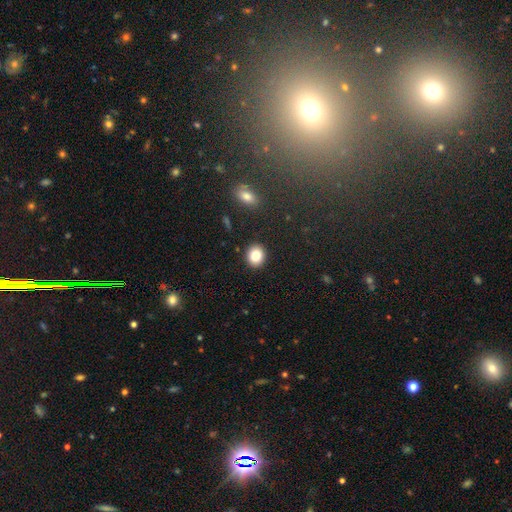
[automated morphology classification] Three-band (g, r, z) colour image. It shows a smooth galaxy with no disk features (85%) that is round (70%). Merging: none (90%).